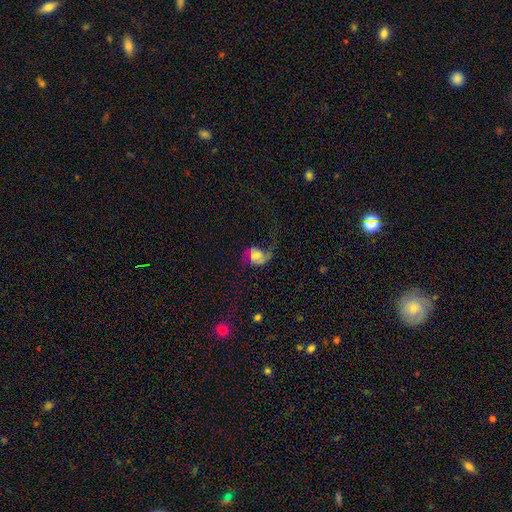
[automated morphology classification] Smooth or featured: featured or disk — 61% (smooth — 29%)
Edge-on disk: no — 98% (yes — 2%)
Bar: no — 50% (weak — 38%)
Spiral arms: yes — 89% (no — 11%)
Spiral winding: loose — 69% (medium — 25%)
Spiral arm count: 2 — 80% (1 — 14%)
Bulge size: none — 26% (moderate — 25%)
Merging: none — 44% (major disturbance — 33%)